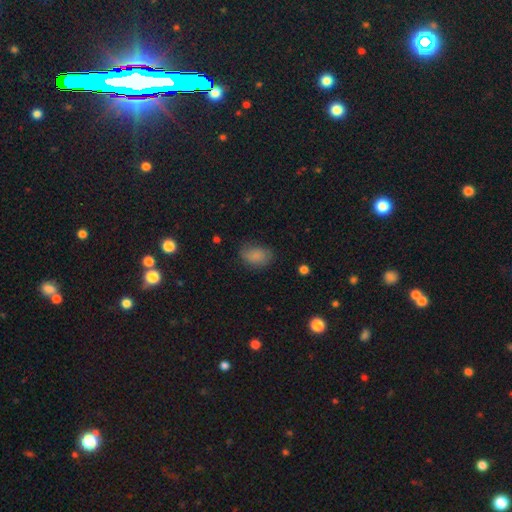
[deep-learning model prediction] Smooth or featured?
  - smooth: 80% *
  - featured or disk: 11%
  - star or artifact: 10%
How rounded?
  - in between: 80% *
  - round: 19%
  - cigar-shaped: 1%
Merging?
  - none: 68% *
  - minor disturbance: 24%
  - major disturbance: 7%
  - merger: 1%